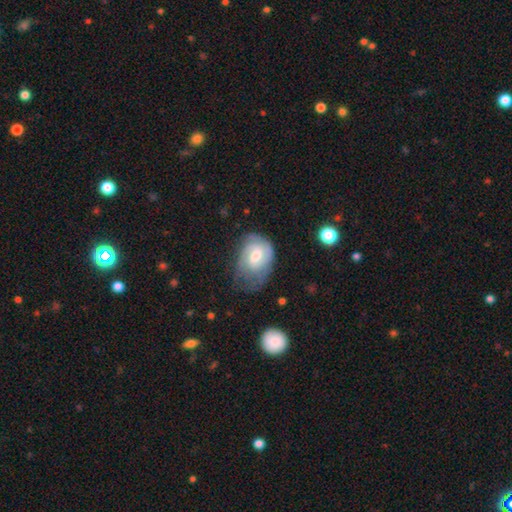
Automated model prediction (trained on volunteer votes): Smooth or featured: featured or disk — 59% (smooth — 34%)
Edge-on disk: no — 96% (yes — 4%)
Bar: weak — 49% (no — 42%)
Spiral arms: yes — 80% (no — 20%)
Bulge size: moderate — 59% (small — 24%)
Merging: none — 39% (minor disturbance — 34%)